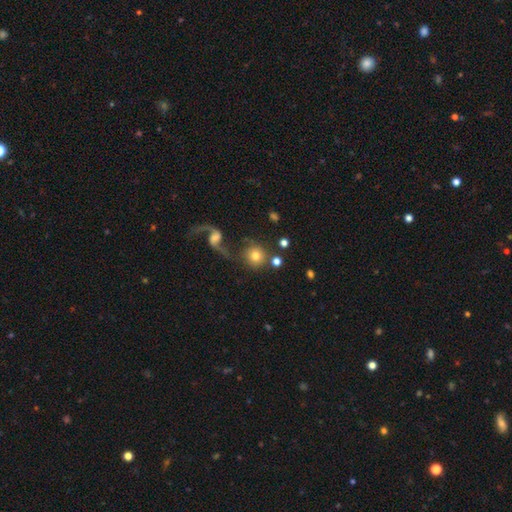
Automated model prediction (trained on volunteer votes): Smooth or featured?
  - smooth: 68% *
  - featured or disk: 21%
  - star or artifact: 11%
How rounded?
  - round: 93% *
  - in between: 6%
  - cigar-shaped: 1%
Merging?
  - none: 66% *
  - merger: 16%
  - minor disturbance: 10%
  - major disturbance: 7%